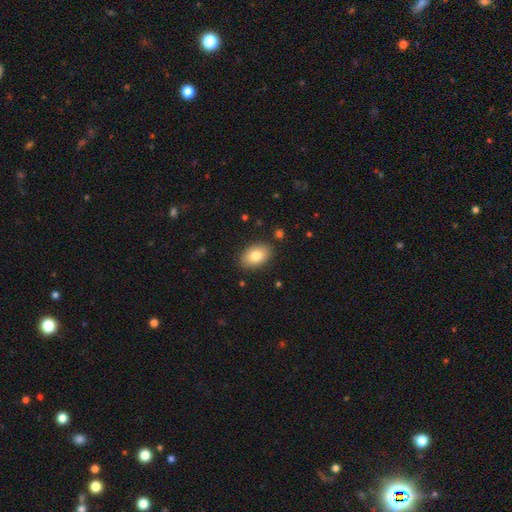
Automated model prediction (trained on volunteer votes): This appears to be a smooth galaxy with no disk features (81%) that is in between round and cigar-shaped (89%). Merging: none (87%).